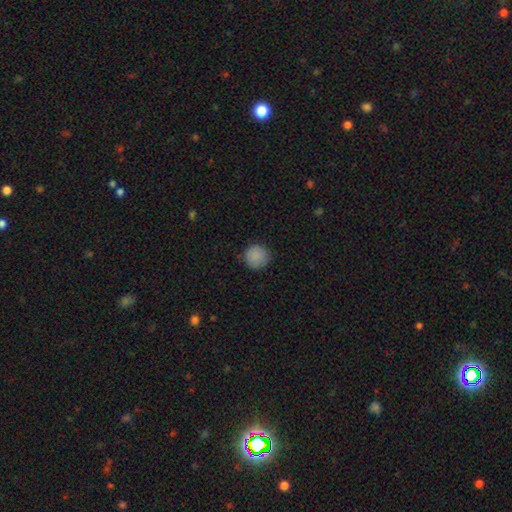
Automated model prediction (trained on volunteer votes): smooth_or_featured: smooth (p=0.88) [alt: star or artifact p=0.08]
how_rounded: round (p=0.94) [alt: in between p=0.05]
merging: none (p=0.87) [alt: minor disturbance p=0.09]